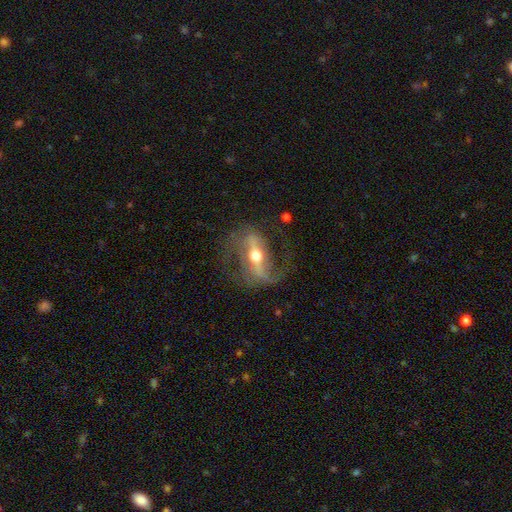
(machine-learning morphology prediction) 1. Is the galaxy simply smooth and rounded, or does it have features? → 87% featured or disk, 8% smooth, 5% star or artifact.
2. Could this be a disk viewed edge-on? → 84% no, 16% yes.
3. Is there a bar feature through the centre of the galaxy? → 67% strong, 21% weak, 12% no.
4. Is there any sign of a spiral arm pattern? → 90% yes, 10% no.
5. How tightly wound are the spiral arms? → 51% loose, 37% medium, 12% tight.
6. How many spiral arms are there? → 83% 2, 10% 1, 4% can't tell, 1% 3, 1% 4, 1% more than 4.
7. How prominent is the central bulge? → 71% moderate, 19% small, 8% large, 1% dominant, 1% none.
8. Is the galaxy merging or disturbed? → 67% none, 16% major disturbance, 16% minor disturbance, 2% merger.